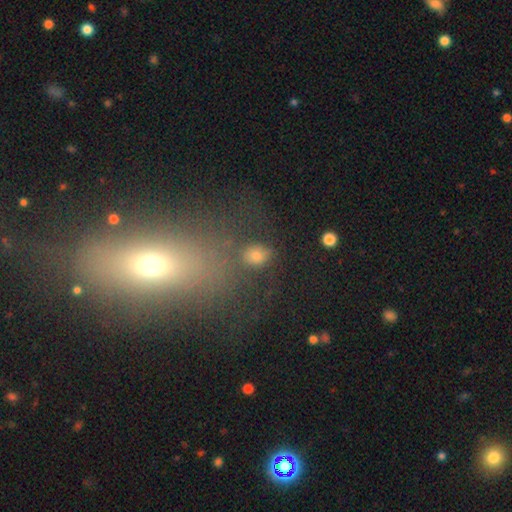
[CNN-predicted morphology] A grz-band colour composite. It shows a smooth galaxy with no disk features (71%) that is in between round and cigar-shaped (54%). Merging: none (72%).